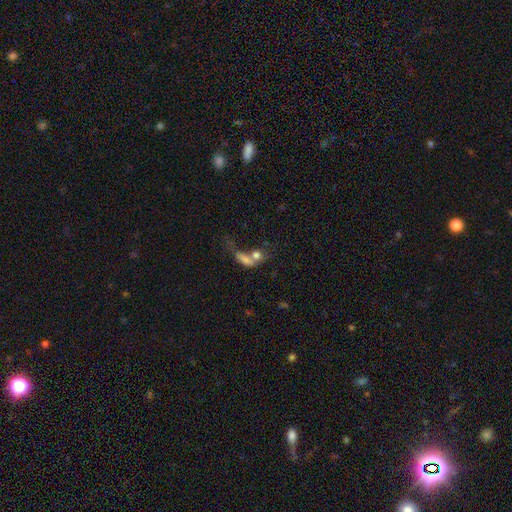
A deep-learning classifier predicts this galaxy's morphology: Smooth or featured? smooth (67%)
How rounded? in between (60%)
Merging? merger (57%)